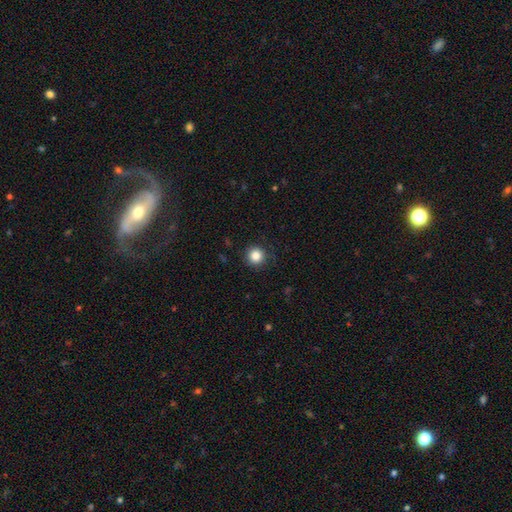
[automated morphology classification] This is clearly a smooth galaxy (85%). How rounded: clearly round (95%). Merging: clearly none (88%).